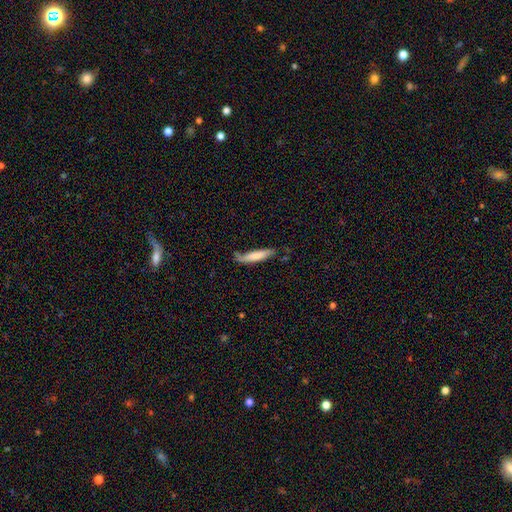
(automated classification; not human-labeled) Smooth or featured? Predicted: smooth (p=0.72). How rounded? Predicted: cigar-shaped (p=0.84). Merging? Predicted: none (p=0.57).